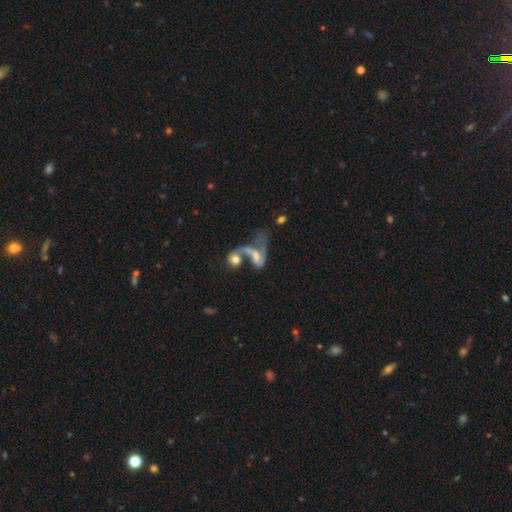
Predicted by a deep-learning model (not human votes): smooth-or-featured: featured or disk: 57% | smooth: 33% | star or artifact: 10%
  disk-edge-on: no: 92% | yes: 8%
    bar: no: 54% | weak: 31% | strong: 15%
    has-spiral-arms: yes: 63% | no: 37%
    bulge-size: moderate: 37% | small: 28% | none: 21% | large: 11% | dominant: 3%
  merging: merger: 55% | major disturbance: 24% | none: 13% | minor disturbance: 7%